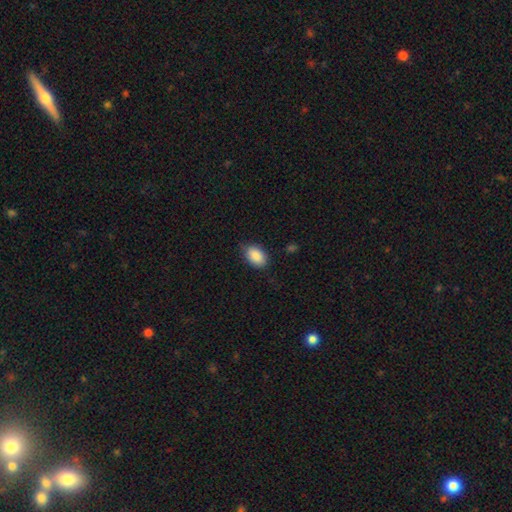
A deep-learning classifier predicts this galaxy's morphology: This is clearly a smooth galaxy (89%). How rounded: clearly in between (90%). Merging: likely none (79%).